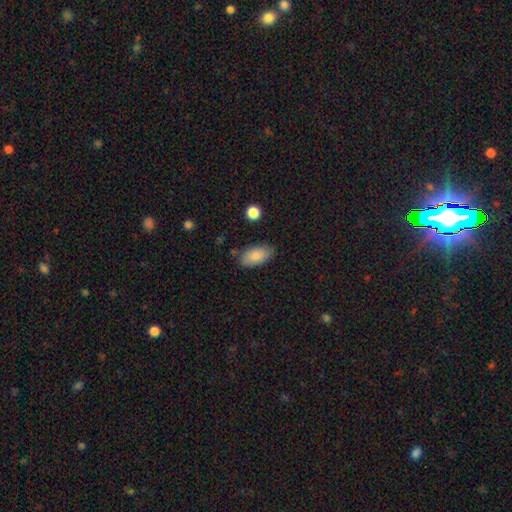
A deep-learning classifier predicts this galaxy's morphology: This is clearly a smooth galaxy (83%). How rounded: clearly in between (93%). Merging: likely none (78%).